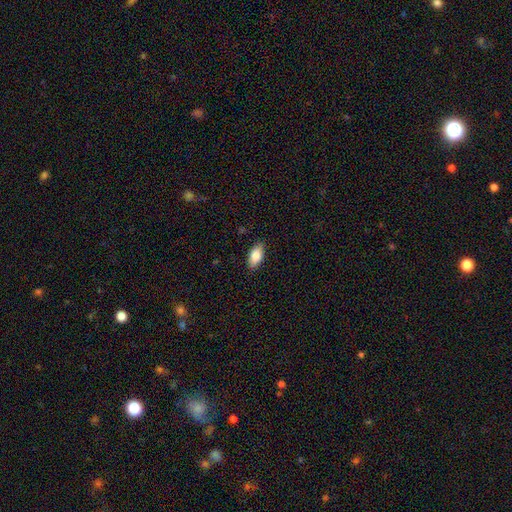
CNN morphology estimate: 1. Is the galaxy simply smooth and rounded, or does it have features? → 84% smooth, 10% featured or disk, 7% star or artifact.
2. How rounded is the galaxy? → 91% in between, 6% cigar-shaped, 4% round.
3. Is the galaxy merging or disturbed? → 87% none, 10% minor disturbance, 2% major disturbance, 1% merger.